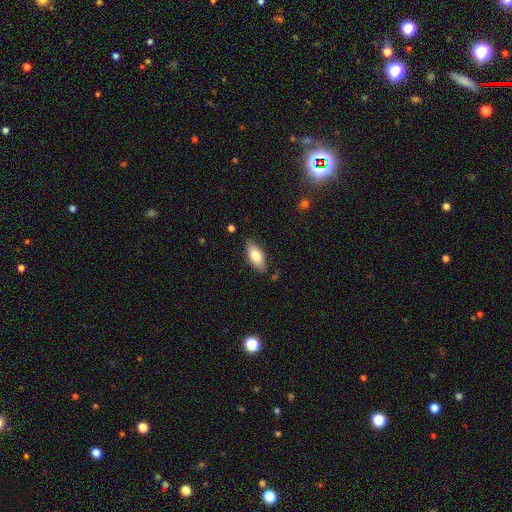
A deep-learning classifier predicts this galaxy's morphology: The model was most divided on "smooth or featured": smooth: 78%, featured or disk: 16%, star or artifact: 6%. More confident: how rounded — in between (87%); merging — none (82%).